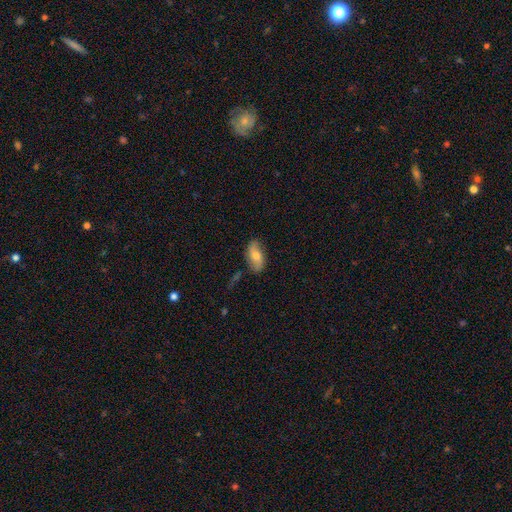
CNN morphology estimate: Smooth or featured?
  - smooth: 50% *
  - featured or disk: 42%
  - star or artifact: 7%
How rounded?
  - in between: 90% *
  - cigar-shaped: 5%
  - round: 5%
Merging?
  - none: 75% *
  - minor disturbance: 18%
  - major disturbance: 5%
  - merger: 3%